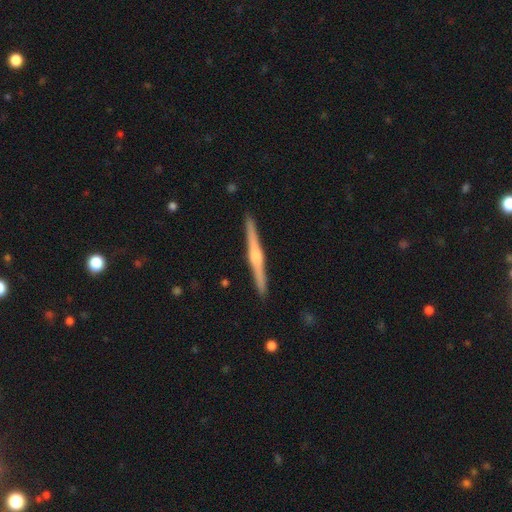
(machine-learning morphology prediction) Q: Smooth or featured?
A: featured or disk (79%); runner-up: smooth (16%)
Q: Edge-on disk?
A: yes (99%); runner-up: no (1%)
Q: Edge-on bulge?
A: rounded (80%); runner-up: boxy (11%)
Q: Merging?
A: none (93%); runner-up: minor disturbance (5%)